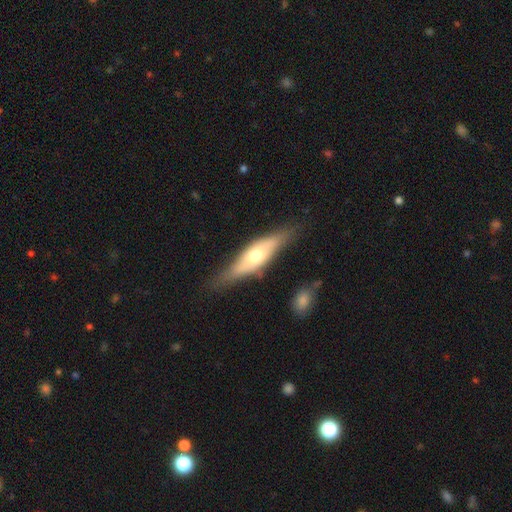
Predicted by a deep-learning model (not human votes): Morphology: type=featured or disk (48%); merging=none (73%).